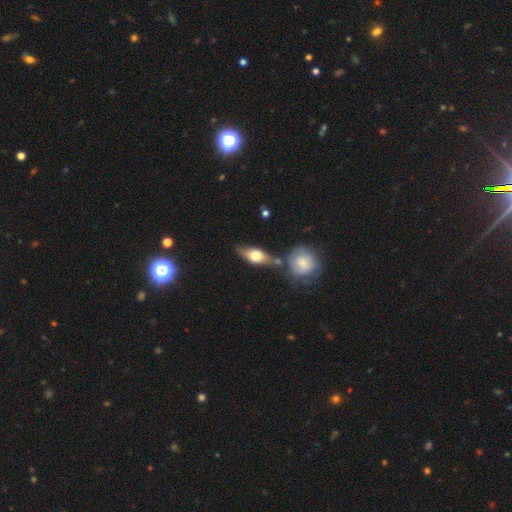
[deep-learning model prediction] This appears to be a smooth galaxy with no disk features (54%) that is in between round and cigar-shaped (71%). Merging: none (62%).